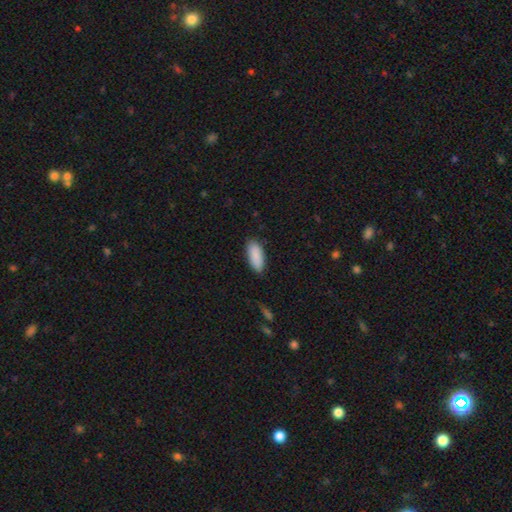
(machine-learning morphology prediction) A smooth galaxy with no disk features (90%) that is in between round and cigar-shaped (84%). Merging: none (86%).